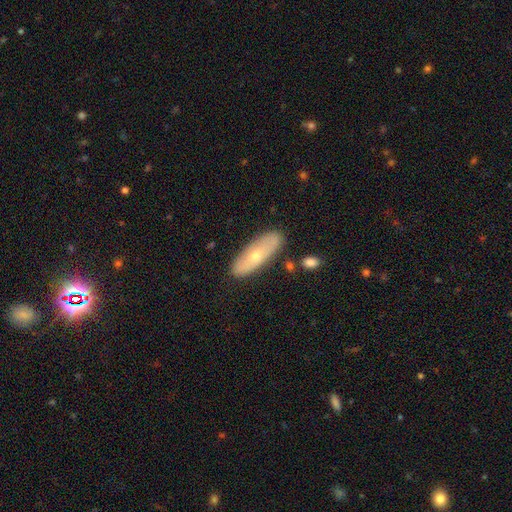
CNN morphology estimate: smooth_or_featured: smooth (p=0.50) [alt: featured or disk p=0.43]
how_rounded: in between (p=0.61) [alt: cigar-shaped p=0.36]
merging: none (p=0.84) [alt: minor disturbance p=0.11]